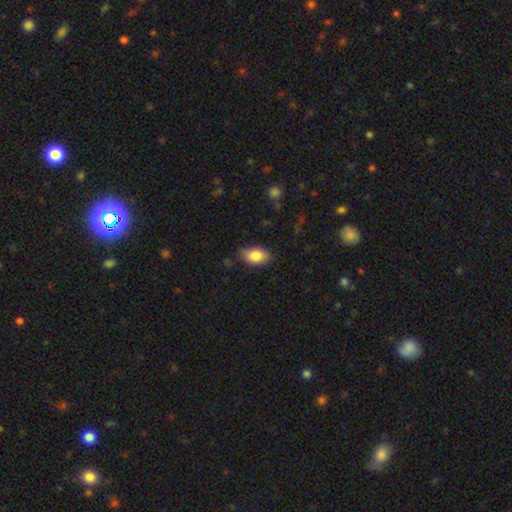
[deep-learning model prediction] Smooth or featured?
  - smooth: 84% *
  - featured or disk: 8%
  - star or artifact: 7%
How rounded?
  - in between: 87% *
  - round: 11%
  - cigar-shaped: 2%
Merging?
  - none: 77% *
  - minor disturbance: 18%
  - major disturbance: 3%
  - merger: 1%